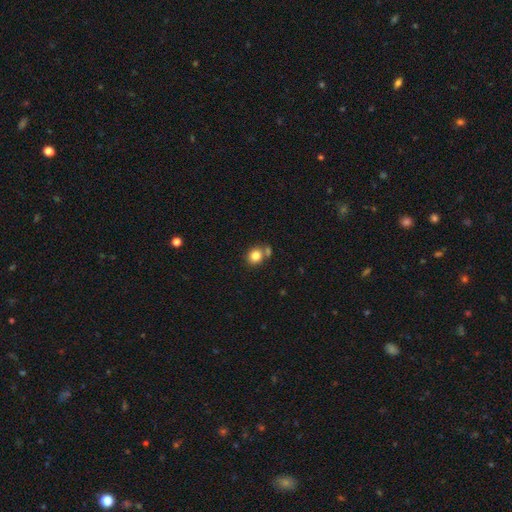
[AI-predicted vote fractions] The model was most divided on "merging": none: 61%, merger: 23%, minor disturbance: 12%, major disturbance: 4%. More confident: smooth or featured — smooth (82%); how rounded — round (73%).